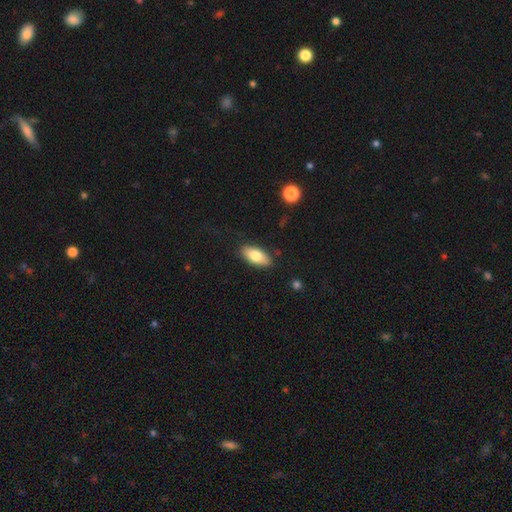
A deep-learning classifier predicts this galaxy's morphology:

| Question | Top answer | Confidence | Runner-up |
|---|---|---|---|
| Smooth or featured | smooth | 76% | featured or disk (17%) |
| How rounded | in between | 87% | cigar-shaped (10%) |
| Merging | none | 86% | minor disturbance (11%) |